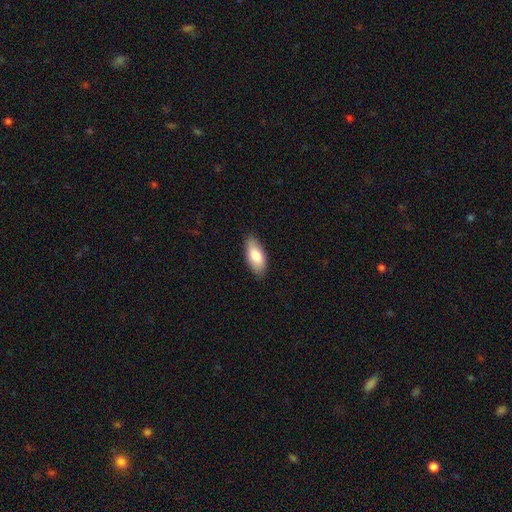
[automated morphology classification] smooth 80%, featured or disk 14%, star or artifact 6%. Down the decision tree: how rounded — in between (89%); merging — none (85%).